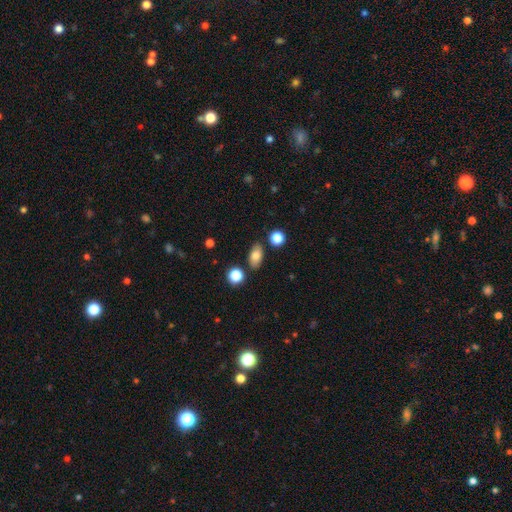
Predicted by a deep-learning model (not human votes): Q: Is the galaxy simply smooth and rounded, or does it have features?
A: smooth — 79%.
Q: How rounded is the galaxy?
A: in between — 86%.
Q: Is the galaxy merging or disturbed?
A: none — 84%.